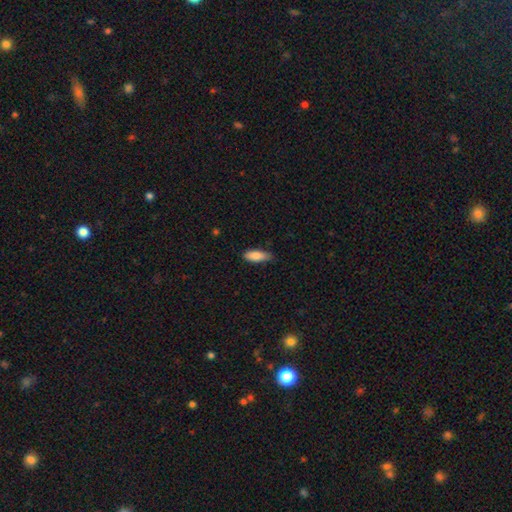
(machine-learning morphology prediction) The model was most divided on "how rounded": in between: 72%, cigar-shaped: 26%, round: 2%. More confident: smooth or featured — smooth (86%); merging — none (74%).